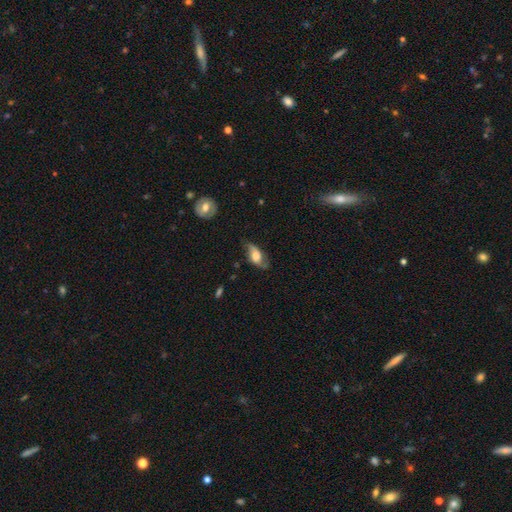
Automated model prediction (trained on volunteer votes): Q: Smooth or featured?
A: featured or disk (56%); runner-up: smooth (37%)
Q: Edge-on disk?
A: no (85%); runner-up: yes (15%)
Q: Merging?
A: none (61%); runner-up: minor disturbance (27%)